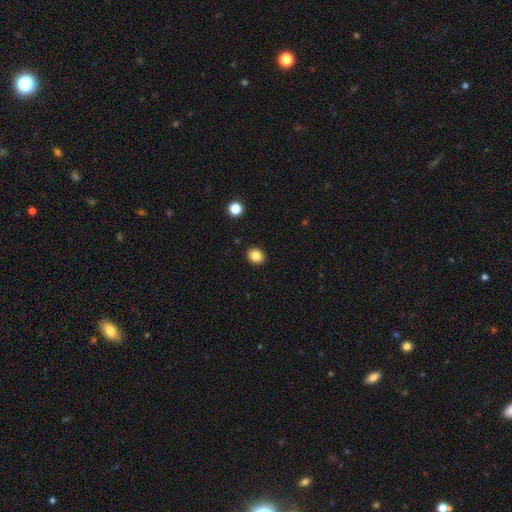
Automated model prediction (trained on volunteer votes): smooth 85%, star or artifact 10%, featured or disk 5%. Down the decision tree: how rounded — round (62%); merging — none (91%).